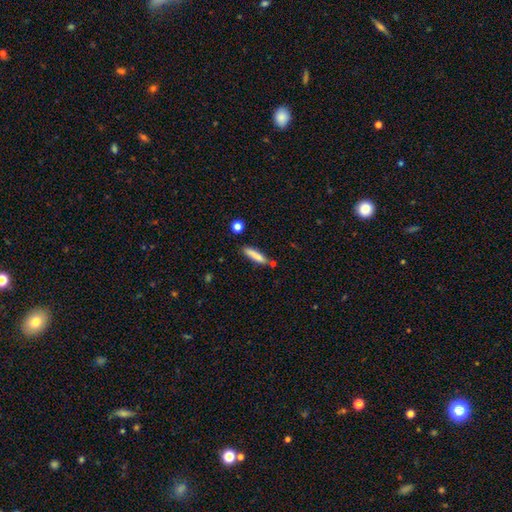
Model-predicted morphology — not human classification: The model was most divided on "merging": none: 79%, minor disturbance: 12%, merger: 6%, major disturbance: 3%. More confident: how rounded — cigar-shaped (85%); smooth or featured — smooth (81%).